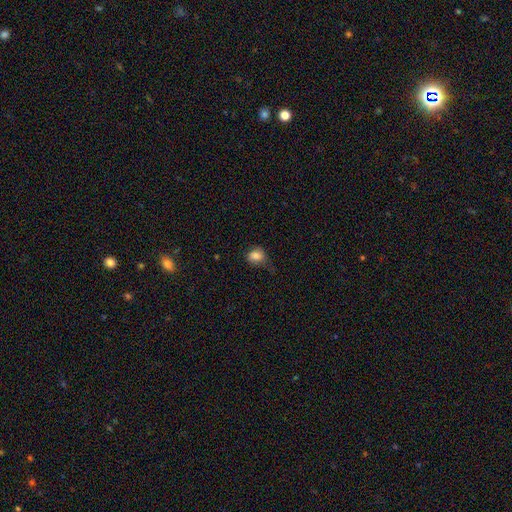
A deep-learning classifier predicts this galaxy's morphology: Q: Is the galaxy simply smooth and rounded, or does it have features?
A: smooth — 83%.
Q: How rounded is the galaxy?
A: round — 55%.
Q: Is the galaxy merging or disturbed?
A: none — 51%.